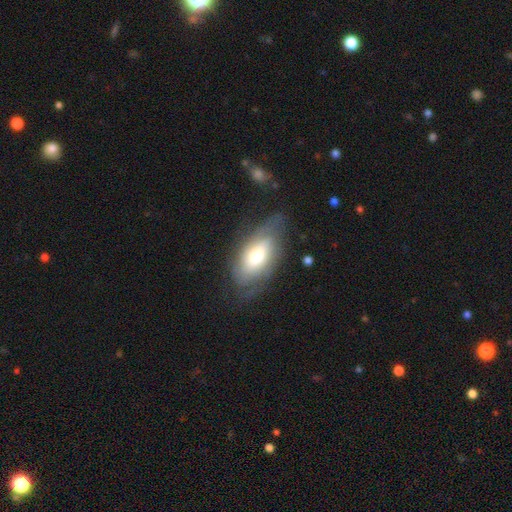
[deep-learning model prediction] Smooth or featured?
  - featured or disk: 58% *
  - smooth: 36%
  - star or artifact: 6%
Edge-on disk?
  - no: 88% *
  - yes: 12%
Bar?
  - no: 65% *
  - weak: 26%
  - strong: 9%
Spiral arms?
  - yes: 79% *
  - no: 21%
Bulge size?
  - moderate: 52% *
  - large: 27%
  - small: 15%
  - dominant: 3%
  - none: 2%
Merging?
  - none: 63% *
  - minor disturbance: 24%
  - major disturbance: 11%
  - merger: 2%